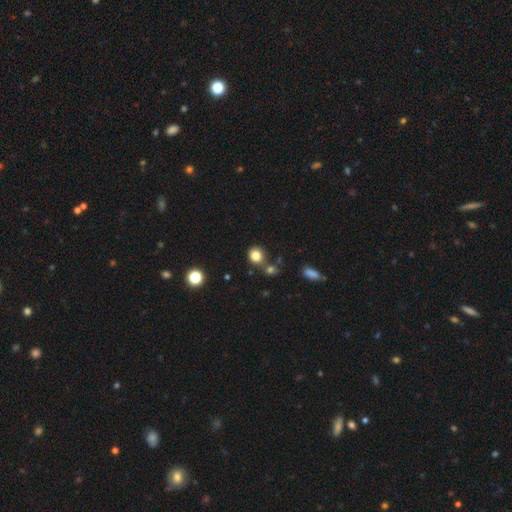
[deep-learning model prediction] This is clearly a smooth galaxy (83%). How rounded: clearly round (81%). Merging: likely none (70%).